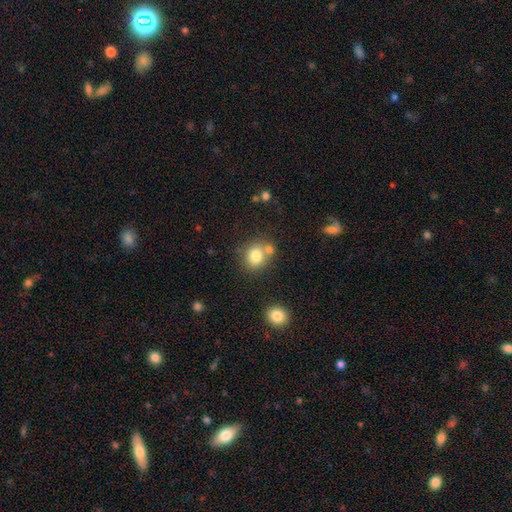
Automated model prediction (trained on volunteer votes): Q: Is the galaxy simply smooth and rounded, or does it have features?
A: smooth — 80%.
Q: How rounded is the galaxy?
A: round — 74%.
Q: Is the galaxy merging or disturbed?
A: none — 58%.